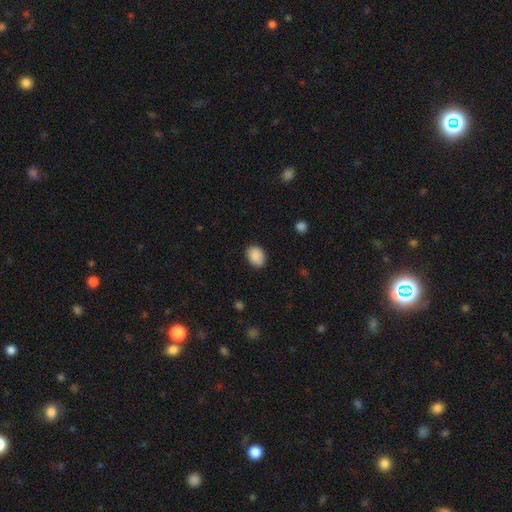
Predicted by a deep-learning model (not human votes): Overall: smooth (90%). How rounded: in between (73%). Merging: none (87%).